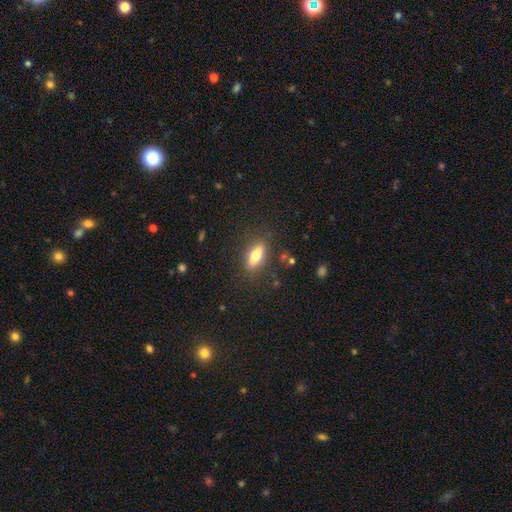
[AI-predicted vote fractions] Q: Smooth or featured?
A: smooth (67%); runner-up: featured or disk (24%)
Q: How rounded?
A: in between (71%); runner-up: cigar-shaped (25%)
Q: Merging?
A: none (83%); runner-up: minor disturbance (12%)